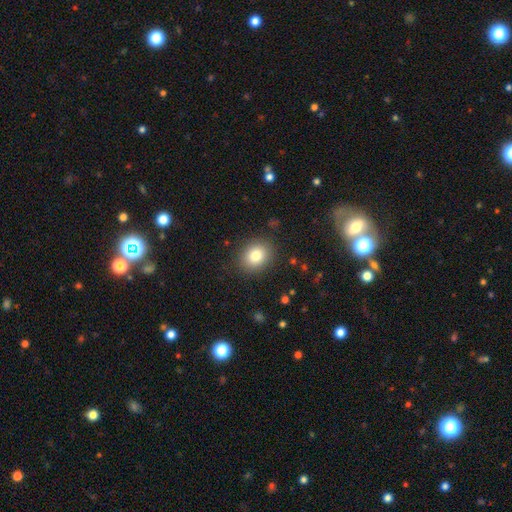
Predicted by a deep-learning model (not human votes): Q: Smooth or featured?
A: smooth (81%); runner-up: star or artifact (10%)
Q: How rounded?
A: round (60%); runner-up: in between (39%)
Q: Merging?
A: none (87%); runner-up: minor disturbance (9%)